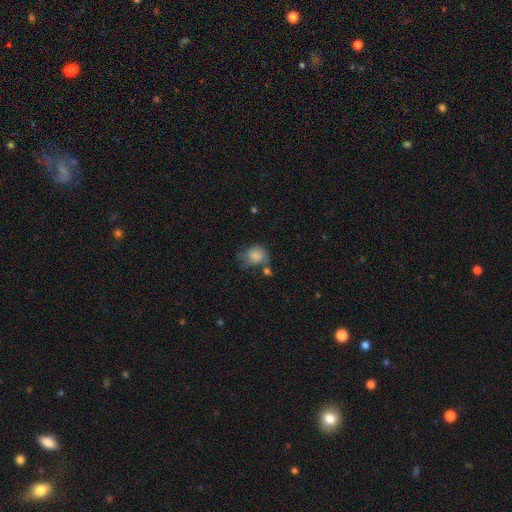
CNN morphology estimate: Smooth or featured?
  - smooth: 79% *
  - featured or disk: 12%
  - star or artifact: 9%
How rounded?
  - round: 62% *
  - in between: 37%
  - cigar-shaped: 1%
Merging?
  - none: 38% *
  - minor disturbance: 29%
  - major disturbance: 19%
  - merger: 15%